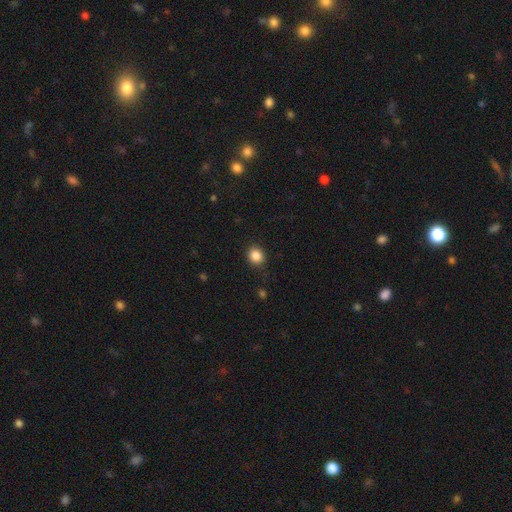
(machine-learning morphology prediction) smooth 86%, star or artifact 10%, featured or disk 4%. Down the decision tree: how rounded — round (75%); merging — none (87%).